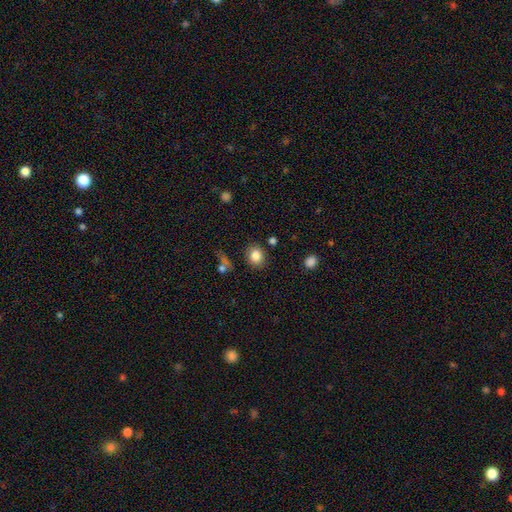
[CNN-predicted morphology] Overall: smooth (83%). How rounded: round (67%; in between 32%). Merging: none (83%).